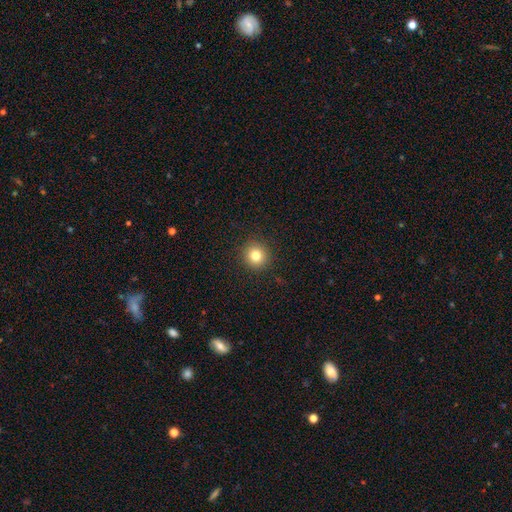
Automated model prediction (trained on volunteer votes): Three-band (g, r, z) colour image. It shows a smooth galaxy with no disk features (81%) that is round (93%). Merging: none (92%).